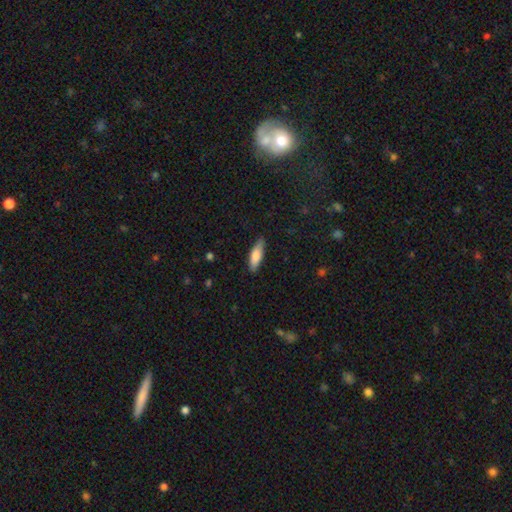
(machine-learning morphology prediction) This is likely a smooth galaxy (76%). How rounded: possibly cigar-shaped (50%). Merging: clearly none (84%).